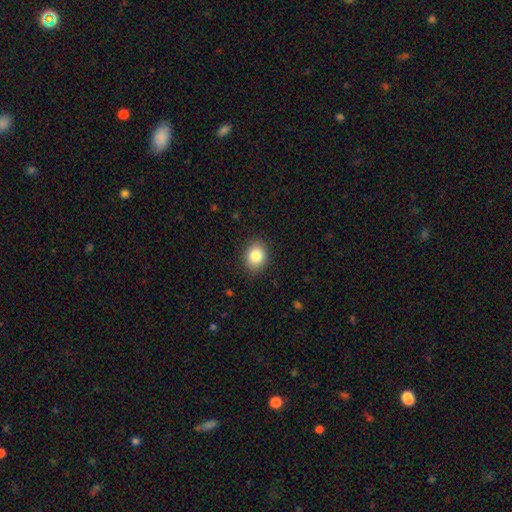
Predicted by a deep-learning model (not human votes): Smooth or featured: smooth — 84% (star or artifact — 9%)
How rounded: round — 52% (in between — 48%)
Merging: none — 88% (minor disturbance — 9%)